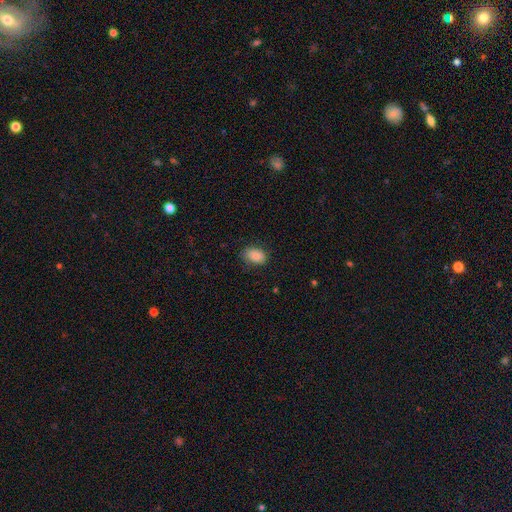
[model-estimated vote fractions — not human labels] Morphology: type=smooth (87%); roundness=in between (84%); merging=none (79%).